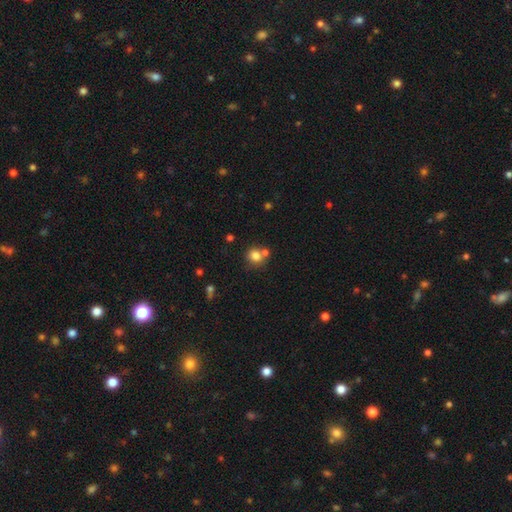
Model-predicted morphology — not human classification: Smooth or featured? Predicted: smooth (p=0.80). How rounded? Predicted: round (p=0.83). Merging? Predicted: none (p=0.58).